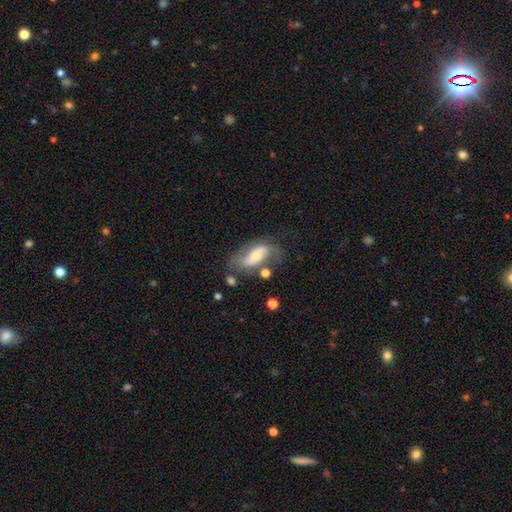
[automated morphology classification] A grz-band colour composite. It shows a featured or disk galaxy (55%). Merging: none (52%).